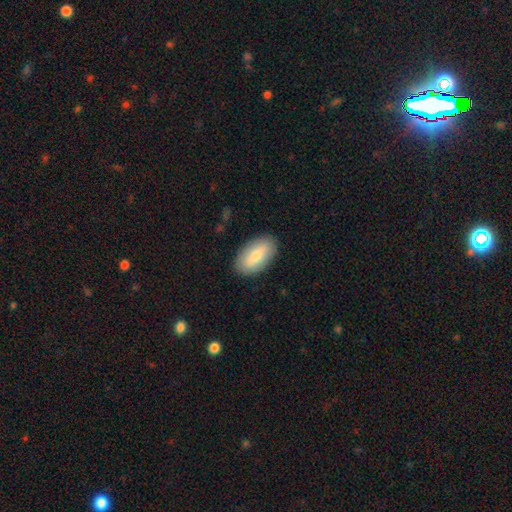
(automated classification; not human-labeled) smooth-or-featured: smooth: 75% | featured or disk: 19% | star or artifact: 6%
  how-rounded: in between: 94% | cigar-shaped: 3% | round: 3%
  merging: none: 88% | minor disturbance: 9% | major disturbance: 2% | merger: 1%